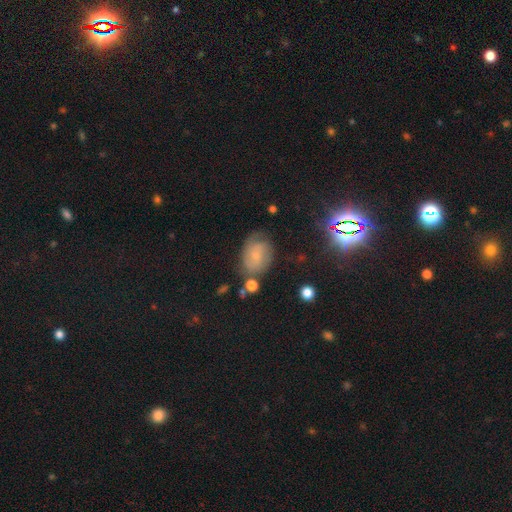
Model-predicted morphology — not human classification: Q: Smooth or featured?
A: featured or disk (44%); runner-up: smooth (41%)
Q: Merging?
A: none (61%); runner-up: minor disturbance (24%)